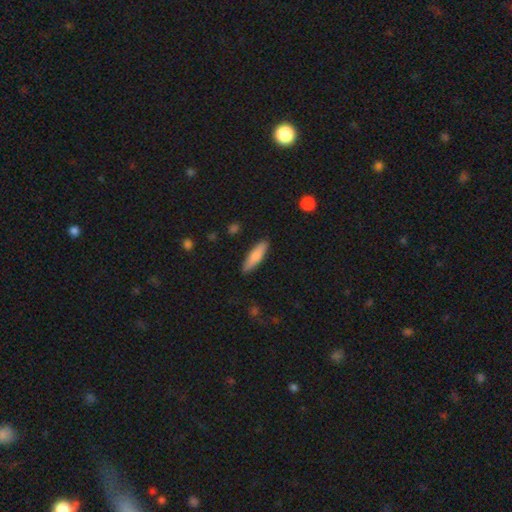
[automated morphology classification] This appears to be a smooth galaxy with no disk features (79%) that is cigar-shaped (65%). Merging: none (87%).